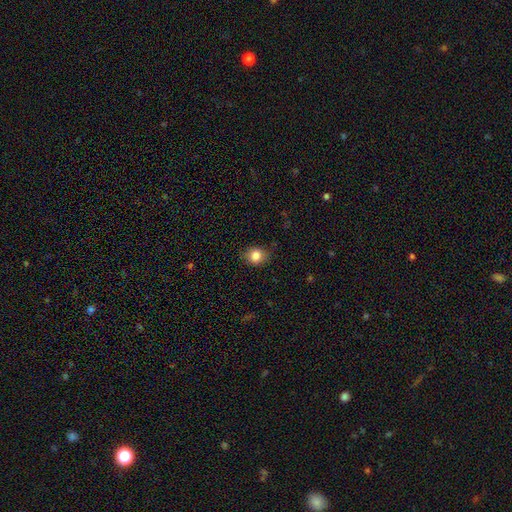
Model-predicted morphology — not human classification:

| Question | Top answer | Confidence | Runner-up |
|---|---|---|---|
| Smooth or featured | smooth | 84% | star or artifact (10%) |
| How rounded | round | 64% | in between (35%) |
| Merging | none | 82% | minor disturbance (14%) |